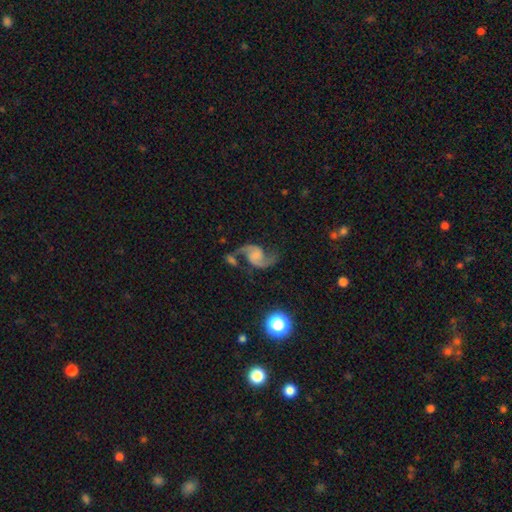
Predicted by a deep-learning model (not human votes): Smooth or featured?
  - featured or disk: 88% *
  - star or artifact: 6%
  - smooth: 6%
Edge-on disk?
  - no: 98% *
  - yes: 2%
Bar?
  - no: 57% *
  - weak: 33%
  - strong: 9%
Spiral arms?
  - yes: 97% *
  - no: 3%
Spiral winding?
  - loose: 69% *
  - medium: 26%
  - tight: 5%
Spiral arm count?
  - 2: 94% *
  - 1: 2%
  - can't tell: 1%
  - 3: 1%
  - 4: 1%
  - more than 4: 1%
Bulge size?
  - none: 51% *
  - small: 21%
  - moderate: 15%
  - large: 10%
  - dominant: 3%
Merging?
  - none: 62% *
  - minor disturbance: 16%
  - major disturbance: 11%
  - merger: 11%